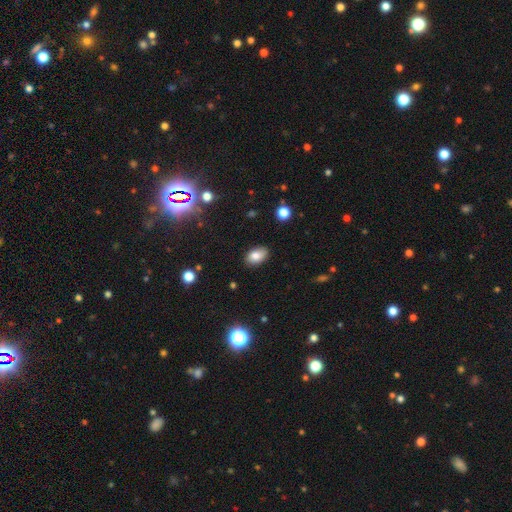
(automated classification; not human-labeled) This appears to be a smooth galaxy with no disk features (81%) that is in between round and cigar-shaped (88%). Merging: none (84%).